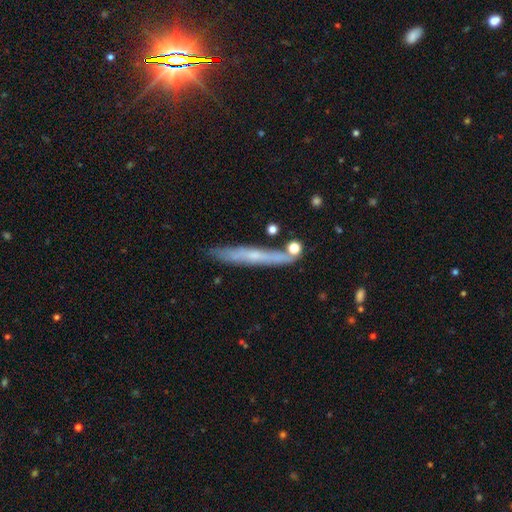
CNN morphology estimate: A featured or disk galaxy (51%) viewed edge-on (89%). Merging: none (79%).